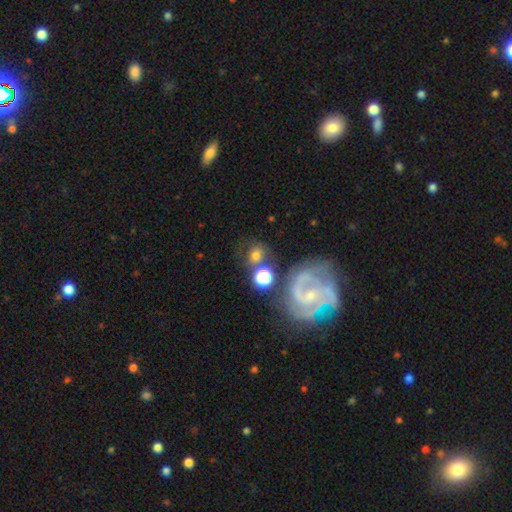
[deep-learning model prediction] Smooth or featured: smooth — 55% (featured or disk — 27%)
How rounded: round — 75% (in between — 23%)
Merging: none — 64% (minor disturbance — 14%)